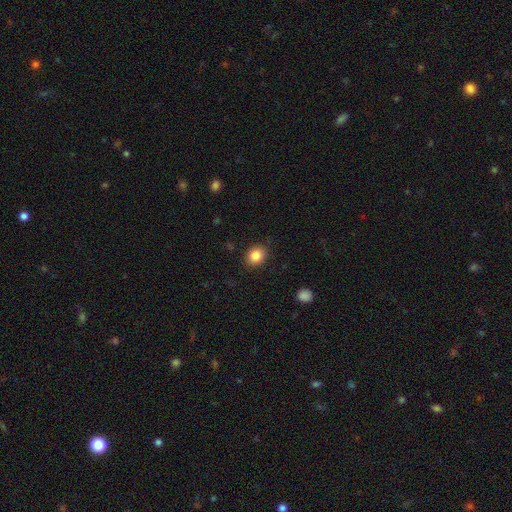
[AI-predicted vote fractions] The model was most divided on "how rounded": round: 57%, in between: 42%, cigar-shaped: 1%. More confident: merging — none (88%); smooth or featured — smooth (86%).